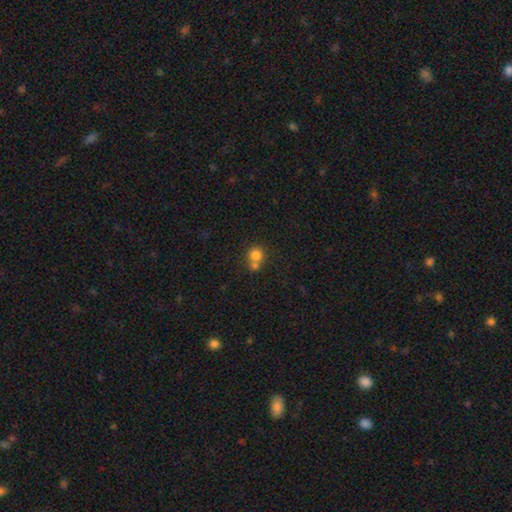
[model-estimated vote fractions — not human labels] smooth 79%, star or artifact 11%, featured or disk 9%. Down the decision tree: how rounded — round (87%); merging — merger (45%).